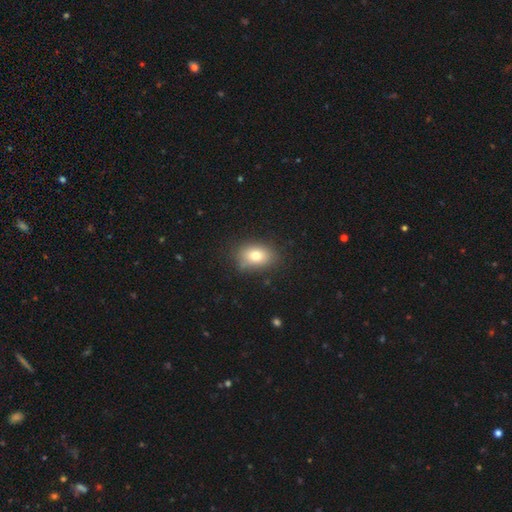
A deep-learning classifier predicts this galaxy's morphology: The model was most divided on "how rounded": in between: 79%, round: 19%, cigar-shaped: 1%. More confident: merging — none (79%); smooth or featured — smooth (78%).